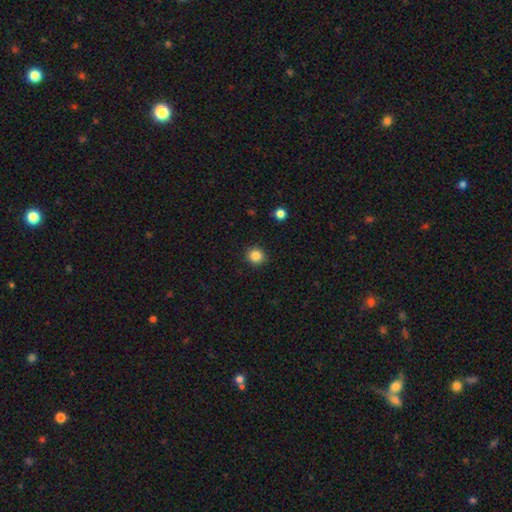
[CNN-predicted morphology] This appears to be a smooth galaxy with no disk features (85%) that is round (91%). Merging: none (91%).